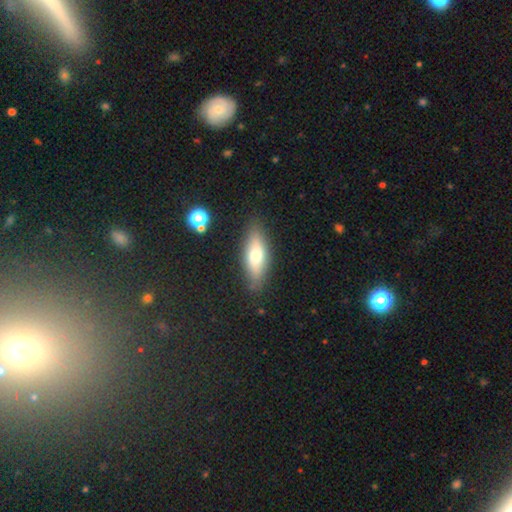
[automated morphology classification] type=smooth (64%); roundness=in between (63%); merging=none (82%).